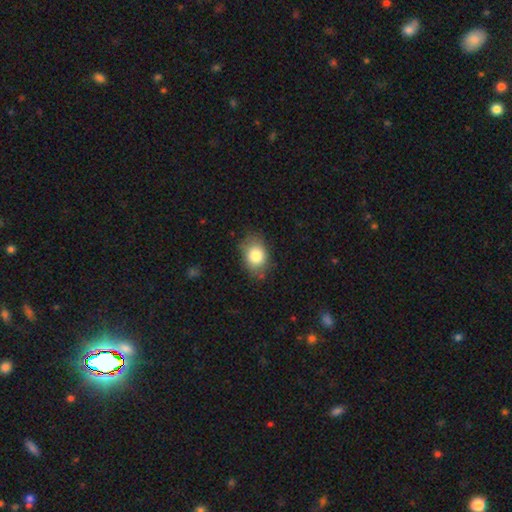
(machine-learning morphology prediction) This appears to be a smooth galaxy with no disk features (81%) that is in between round and cigar-shaped (68%). Merging: none (73%).